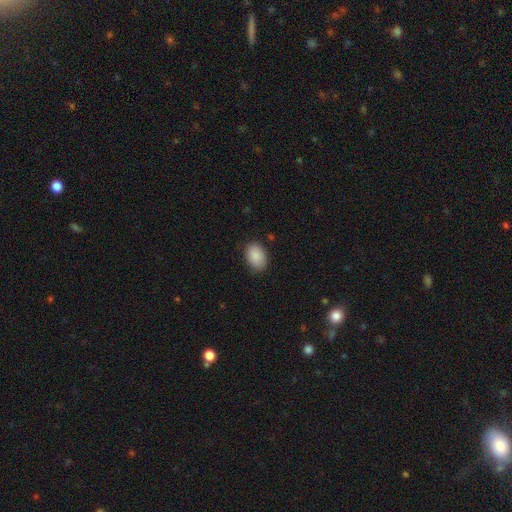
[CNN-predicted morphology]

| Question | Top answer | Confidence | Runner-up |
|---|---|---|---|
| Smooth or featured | smooth | 89% | star or artifact (7%) |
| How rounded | in between | 86% | round (13%) |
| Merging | none | 85% | minor disturbance (11%) |